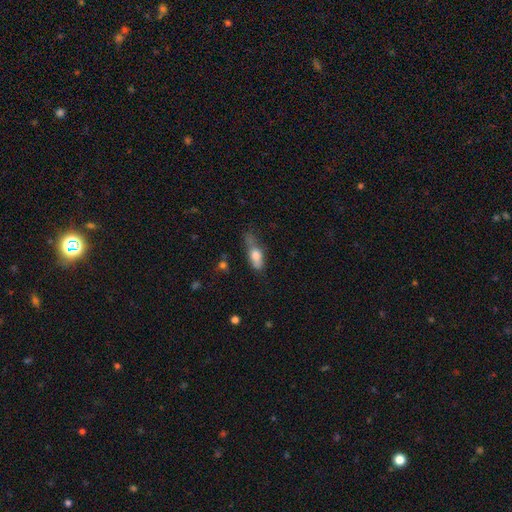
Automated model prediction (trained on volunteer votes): smooth 72%, featured or disk 19%, star or artifact 9%. Down the decision tree: how rounded — in between (68%); merging — minor disturbance (34%).